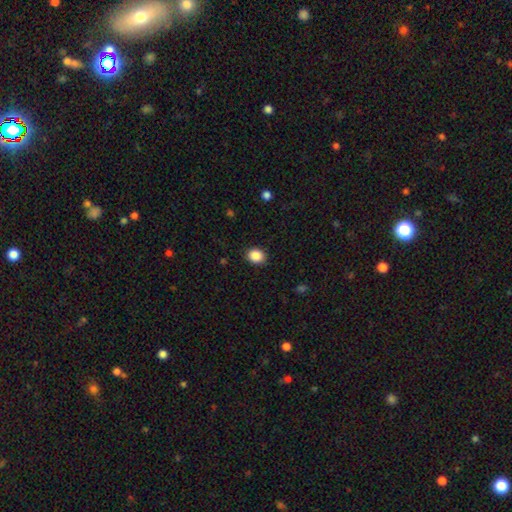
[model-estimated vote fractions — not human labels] smooth-or-featured: smooth: 88% | star or artifact: 9% | featured or disk: 3%
  how-rounded: round: 59% | in between: 40% | cigar-shaped: 1%
  merging: none: 88% | minor disturbance: 8% | major disturbance: 2% | merger: 1%